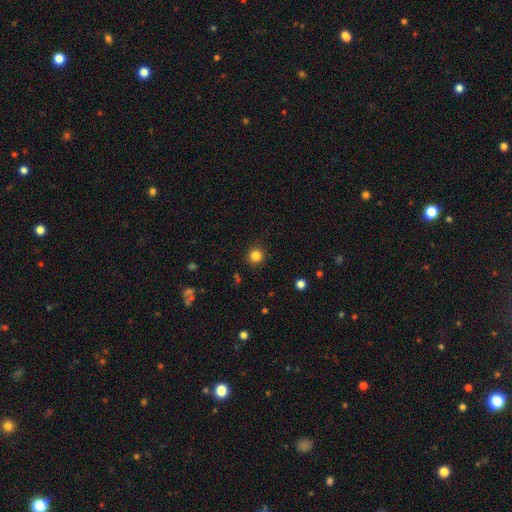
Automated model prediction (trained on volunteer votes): Morphology: type=smooth (84%); roundness=round (93%); merging=none (91%).